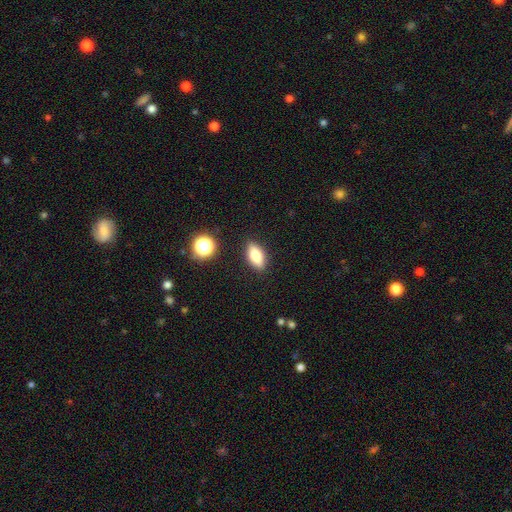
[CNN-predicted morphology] Overall: smooth (75%). How rounded: in between (82%). Merging: none (87%).